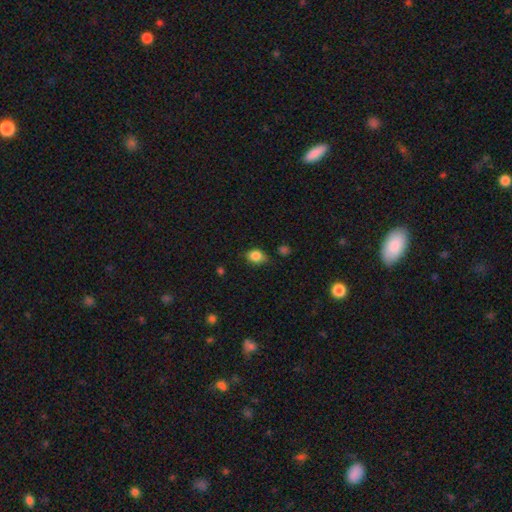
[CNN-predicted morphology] Smooth or featured? Predicted: smooth (p=0.84). How rounded? Predicted: in between (p=0.67). Merging? Predicted: none (p=0.71).